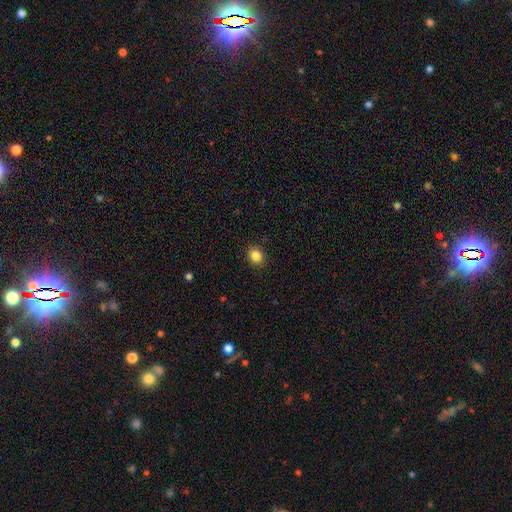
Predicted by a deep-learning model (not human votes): This appears to be a smooth galaxy with no disk features (85%) that is round (65%). Merging: none (90%).